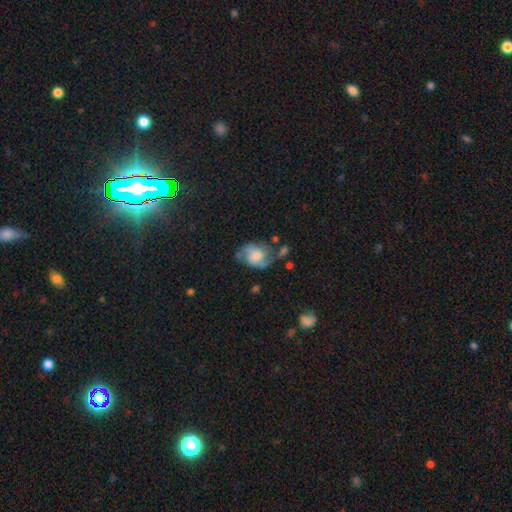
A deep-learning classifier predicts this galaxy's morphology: featured or disk 58%, smooth 34%, star or artifact 8%. Down the decision tree: edge-on disk — no (97%); bar — no (64%); spiral arms — yes (85%); bulge size — moderate (38%); merging — none (44%).